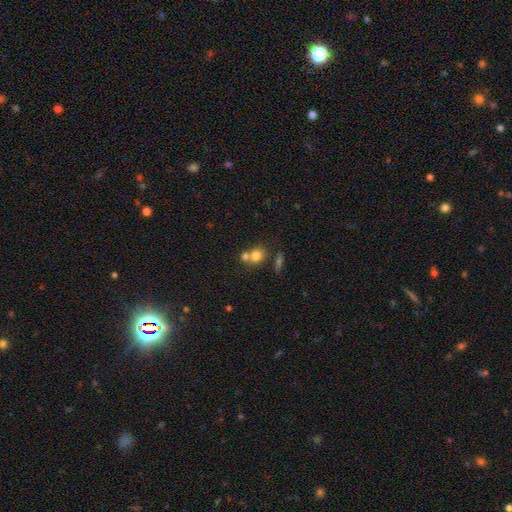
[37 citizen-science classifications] smooth_or_featured: smooth (p=0.89) [alt: featured or disk p=0.05]
how_rounded: round (p=0.88) [alt: in between p=0.12]
merging: none (p=0.49) [alt: merger p=0.37]